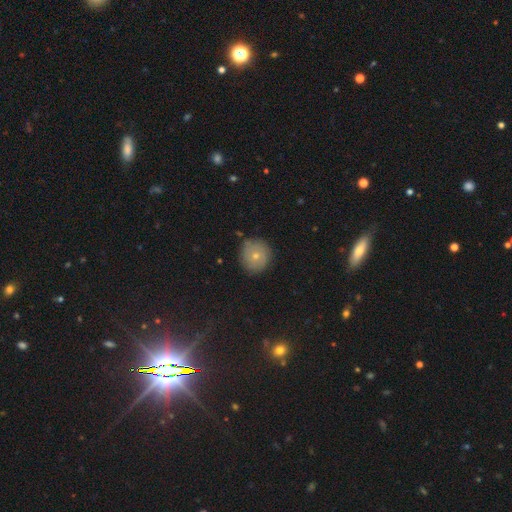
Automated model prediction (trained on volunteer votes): Smooth or featured? Predicted: smooth (p=0.68). How rounded? Predicted: round (p=0.91). Merging? Predicted: none (p=0.80).